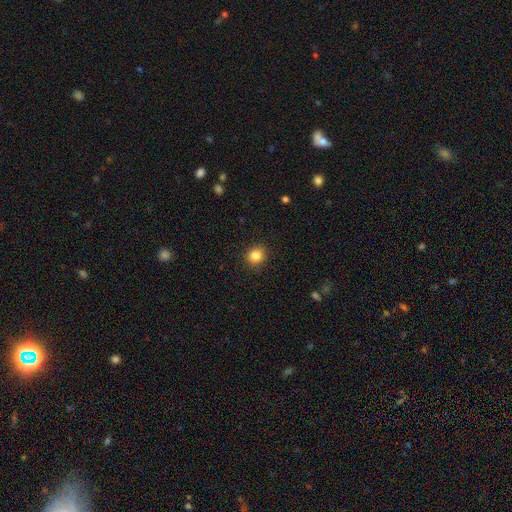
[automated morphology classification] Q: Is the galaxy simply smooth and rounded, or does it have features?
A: smooth — 84%.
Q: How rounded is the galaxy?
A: round — 86%.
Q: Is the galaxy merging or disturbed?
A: none — 91%.